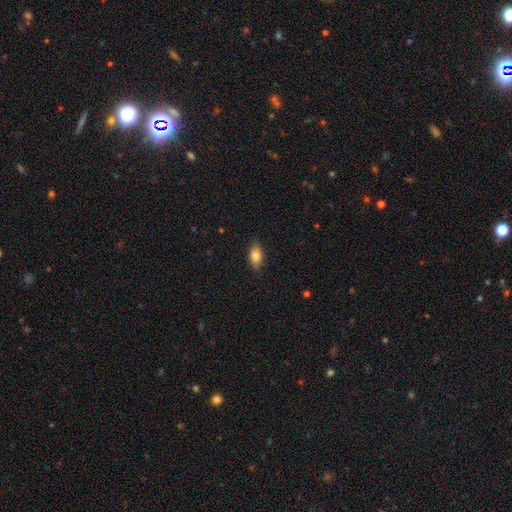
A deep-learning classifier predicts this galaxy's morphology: Smooth or featured? smooth (80%)
How rounded? in between (89%)
Merging? none (86%)